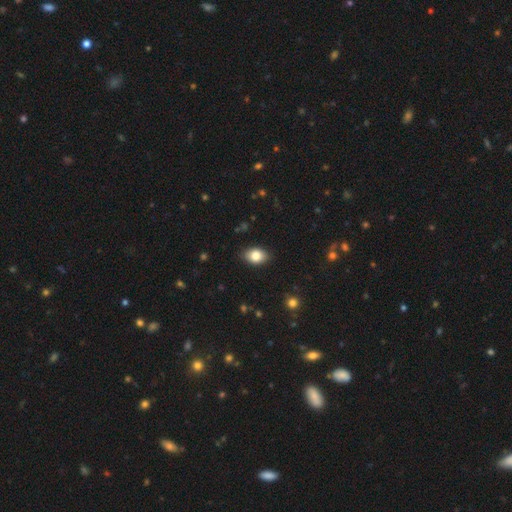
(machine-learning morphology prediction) Smooth or featured?
  - smooth: 83% *
  - featured or disk: 9%
  - star or artifact: 8%
How rounded?
  - in between: 81% *
  - round: 18%
  - cigar-shaped: 1%
Merging?
  - none: 86% *
  - minor disturbance: 11%
  - major disturbance: 2%
  - merger: 1%